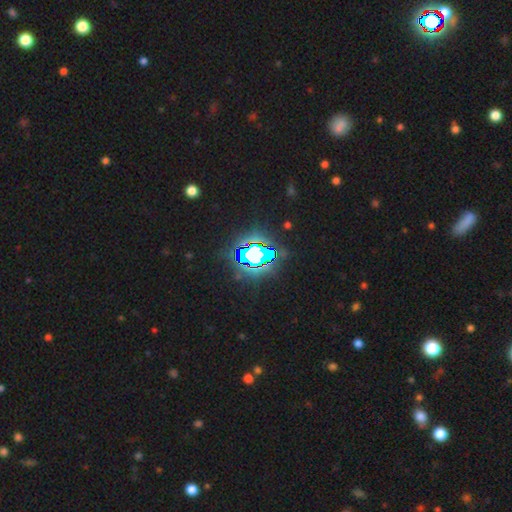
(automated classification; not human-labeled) The model was most divided on "smooth or featured": star or artifact: 72%, smooth: 15%, featured or disk: 13%.